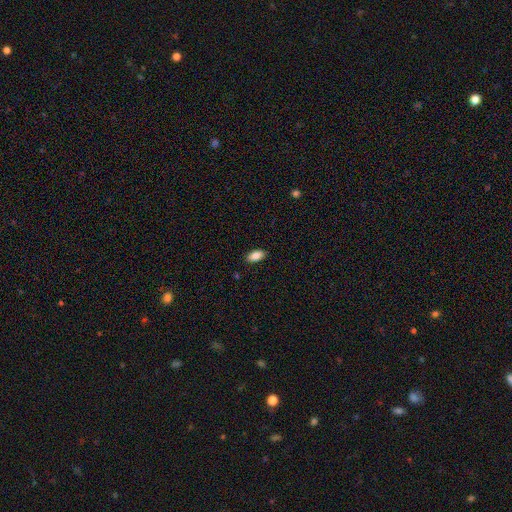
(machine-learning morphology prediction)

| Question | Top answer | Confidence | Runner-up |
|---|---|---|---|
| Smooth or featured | smooth | 86% | star or artifact (7%) |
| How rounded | in between | 92% | cigar-shaped (5%) |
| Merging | none | 88% | minor disturbance (9%) |